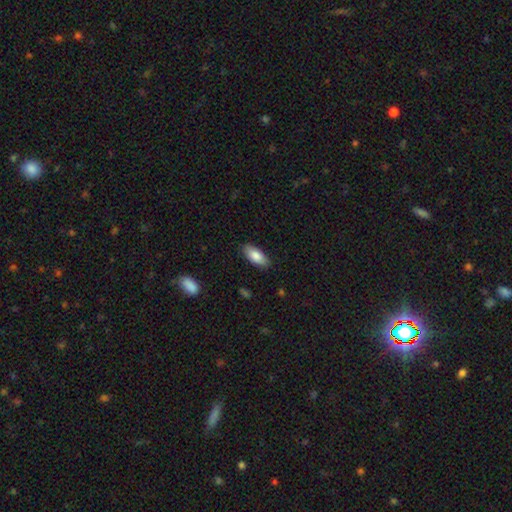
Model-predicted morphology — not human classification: smooth 85%, featured or disk 10%, star or artifact 6%. Down the decision tree: how rounded — in between (87%); merging — none (86%).